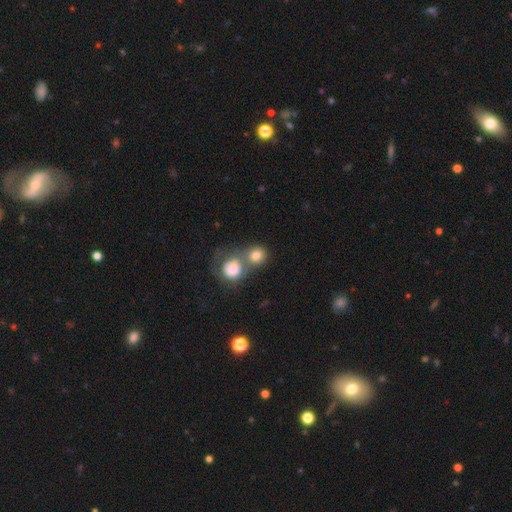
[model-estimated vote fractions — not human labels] A smooth galaxy with no disk features (79%) that is round (84%). Merging: merger (56%).